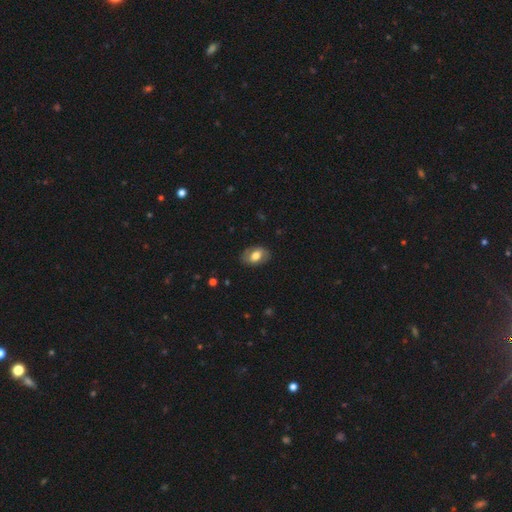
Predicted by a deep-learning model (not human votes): Overall: smooth (59%; featured or disk 33%). How rounded: in between (85%). Merging: none (79%).